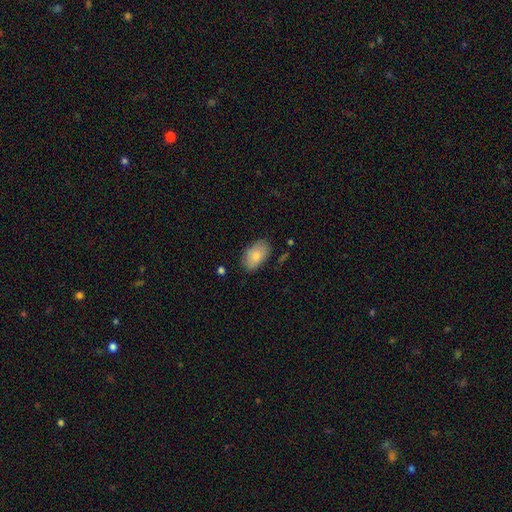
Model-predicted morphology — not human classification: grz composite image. It shows a smooth galaxy with no disk features (80%) that is in between round and cigar-shaped (92%). Merging: none (80%).